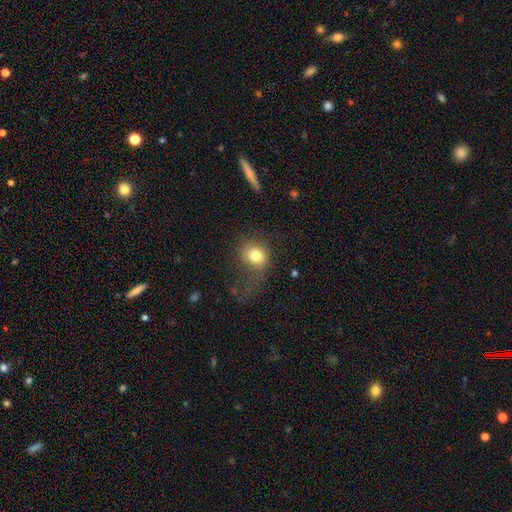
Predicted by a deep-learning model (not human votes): Smooth or featured? Predicted: smooth (p=0.79). How rounded? Predicted: round (p=0.68). Merging? Predicted: none (p=0.49).